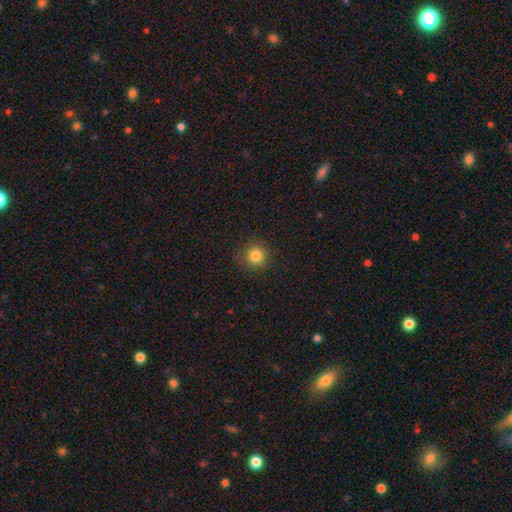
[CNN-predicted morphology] smooth 83%, star or artifact 12%, featured or disk 5%. Down the decision tree: how rounded — round (93%); merging — none (85%).